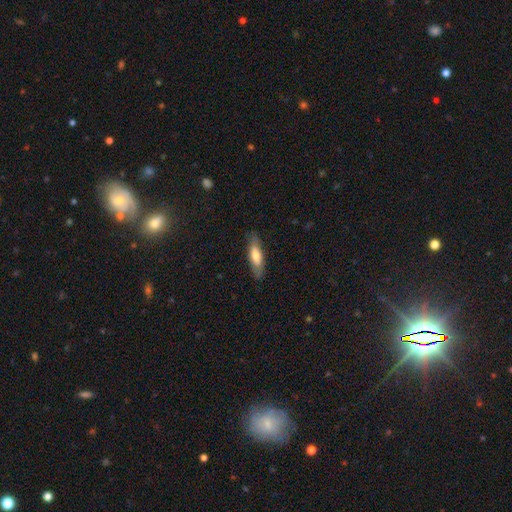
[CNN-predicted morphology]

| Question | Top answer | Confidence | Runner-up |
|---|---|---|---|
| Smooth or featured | smooth | 68% | featured or disk (26%) |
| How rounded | cigar-shaped | 55% | in between (44%) |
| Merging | none | 82% | minor disturbance (13%) |